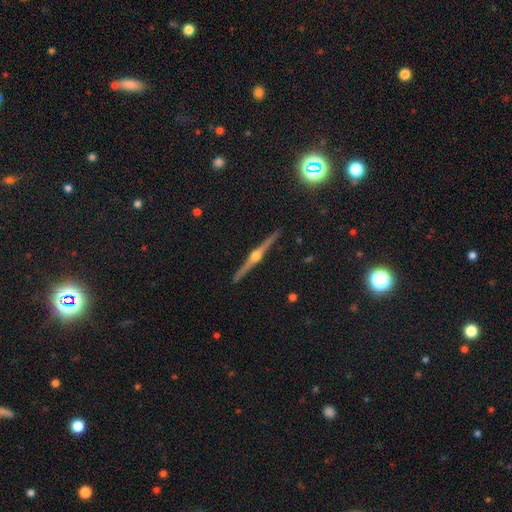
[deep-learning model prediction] smooth_or_featured: featured or disk (p=0.87) [alt: smooth p=0.08]
disk_edge_on: yes (p=0.99) [alt: no p=0.01]
edge_on_bulge: rounded (p=0.96) [alt: boxy p=0.02]
merging: none (p=0.92) [alt: minor disturbance p=0.05]